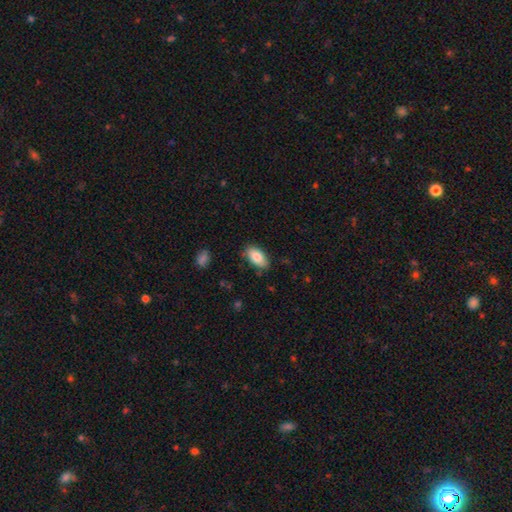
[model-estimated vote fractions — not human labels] A smooth galaxy with no disk features (83%) that is in between round and cigar-shaped (93%). Merging: none (83%).